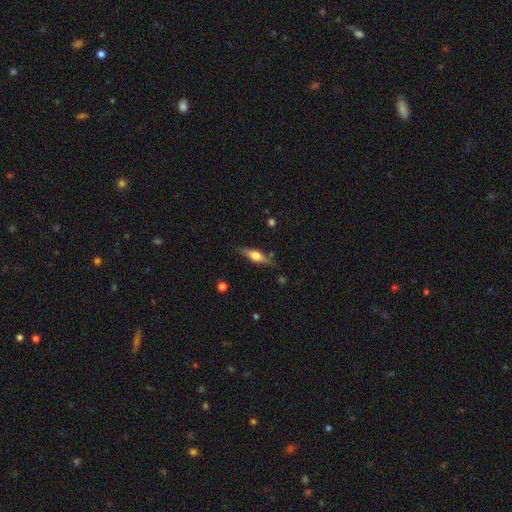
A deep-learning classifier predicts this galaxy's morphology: type=smooth (49%); merging=none (76%).